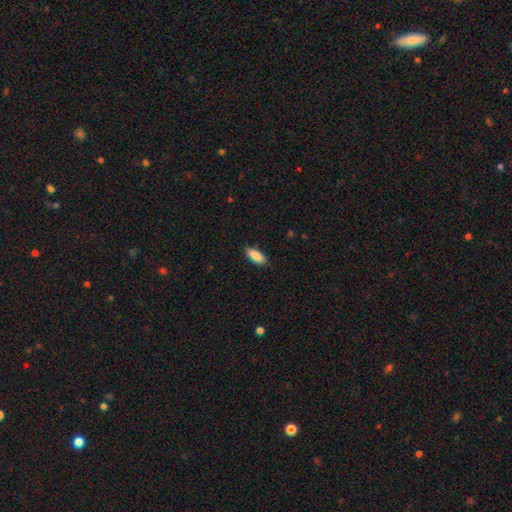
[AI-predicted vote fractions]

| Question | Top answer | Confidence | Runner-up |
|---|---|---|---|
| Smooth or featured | smooth | 88% | star or artifact (6%) |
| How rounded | in between | 81% | cigar-shaped (17%) |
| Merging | none | 87% | minor disturbance (10%) |